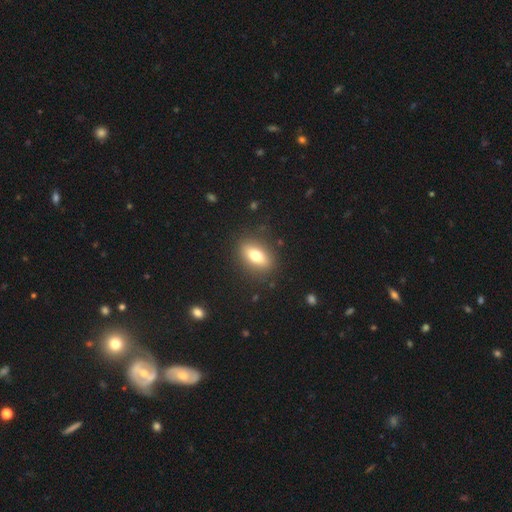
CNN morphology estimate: Q: Smooth or featured?
A: smooth (70%); runner-up: featured or disk (22%)
Q: How rounded?
A: in between (80%); runner-up: cigar-shaped (10%)
Q: Merging?
A: none (86%); runner-up: minor disturbance (9%)